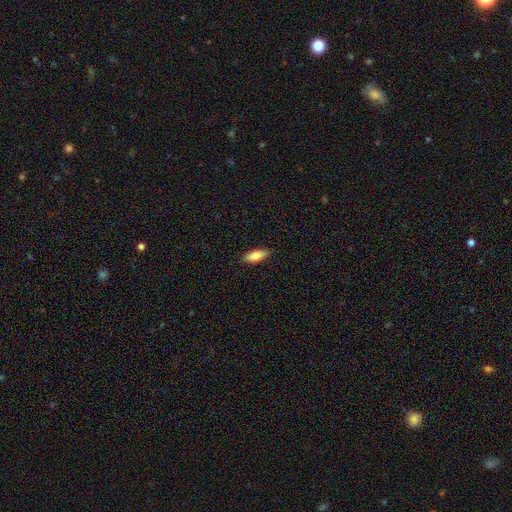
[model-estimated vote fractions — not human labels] This is clearly a smooth galaxy (86%). How rounded: likely in between (68%). Merging: clearly none (85%).